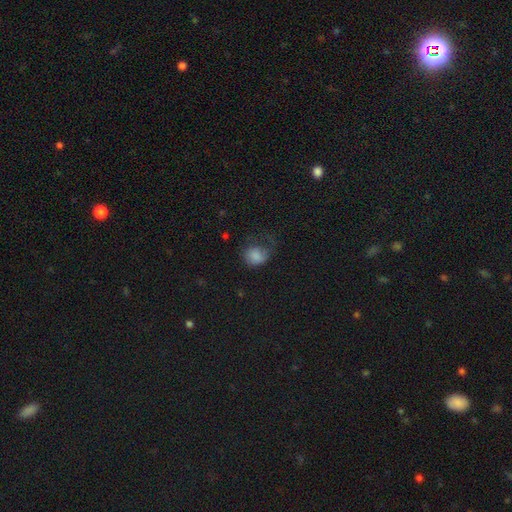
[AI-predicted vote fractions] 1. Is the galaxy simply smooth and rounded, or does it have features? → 78% smooth, 12% featured or disk, 10% star or artifact.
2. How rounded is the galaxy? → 59% round, 40% in between, 1% cigar-shaped.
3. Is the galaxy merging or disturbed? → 39% major disturbance, 32% none, 26% minor disturbance, 2% merger.